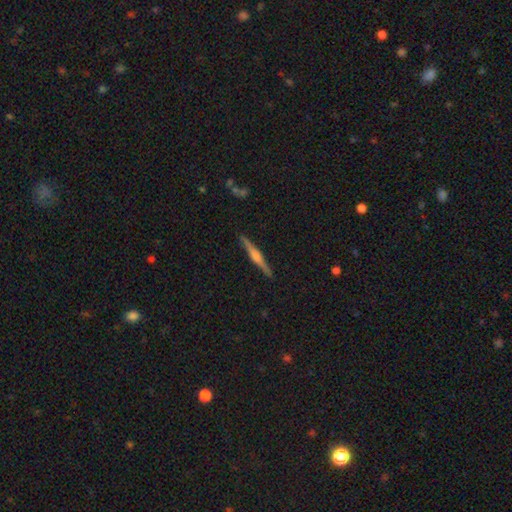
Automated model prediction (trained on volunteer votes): Smooth or featured?
  - featured or disk: 79% *
  - smooth: 15%
  - star or artifact: 5%
Edge-on disk?
  - yes: 98% *
  - no: 2%
Edge-on bulge?
  - rounded: 81% *
  - boxy: 13%
  - none: 6%
Merging?
  - none: 92% *
  - minor disturbance: 5%
  - major disturbance: 1%
  - merger: 1%